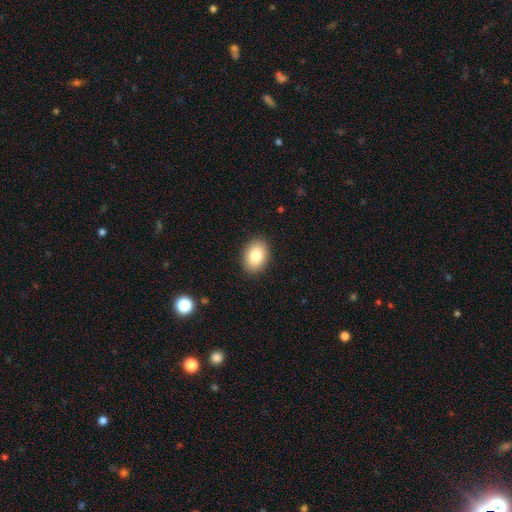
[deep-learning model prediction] This is clearly a smooth galaxy (85%). How rounded: clearly in between (82%). Merging: clearly none (89%).